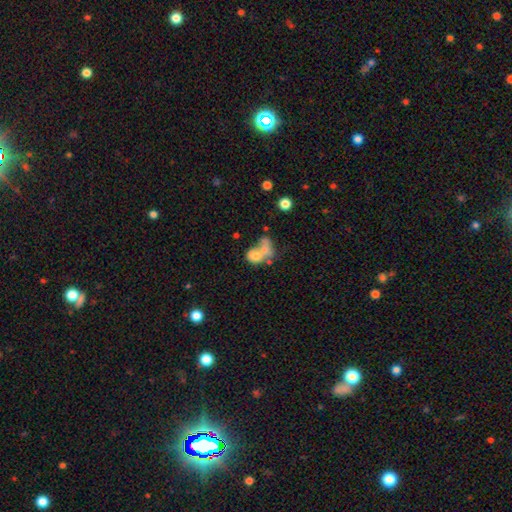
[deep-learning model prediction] Smooth or featured: smooth — 66% (featured or disk — 23%)
How rounded: in between — 55% (round — 44%)
Merging: merger — 67% (none — 17%)